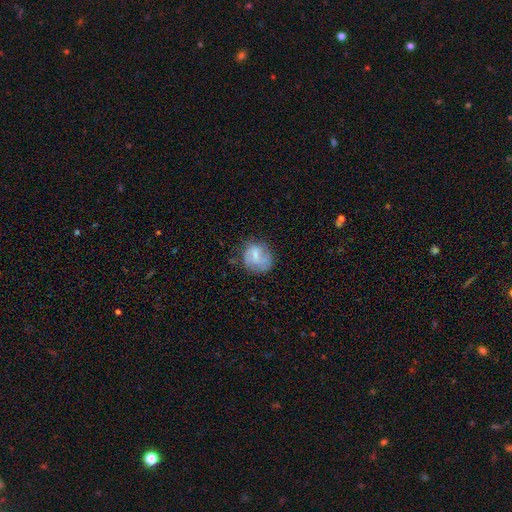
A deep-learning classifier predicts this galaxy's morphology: A smooth galaxy with no disk features (49%). Merging: none (58%).